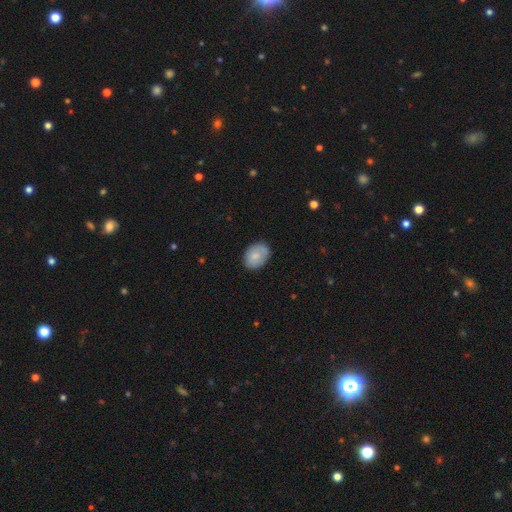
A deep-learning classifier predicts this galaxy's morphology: smooth_or_featured: smooth (p=0.76) [alt: featured or disk p=0.17]
how_rounded: in between (p=0.72) [alt: round p=0.26]
merging: none (p=0.81) [alt: minor disturbance p=0.14]